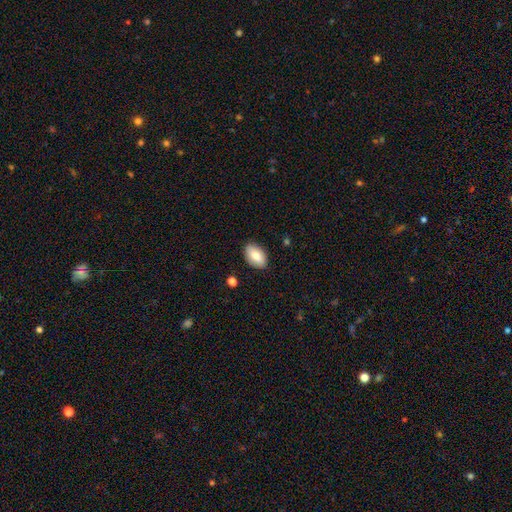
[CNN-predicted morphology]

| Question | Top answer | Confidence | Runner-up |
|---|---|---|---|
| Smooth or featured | smooth | 76% | featured or disk (17%) |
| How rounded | in between | 92% | round (6%) |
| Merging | none | 87% | minor disturbance (10%) |